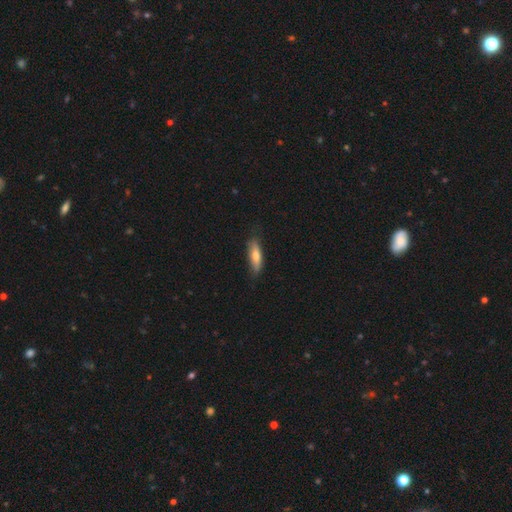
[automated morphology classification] The model was most divided on "how rounded": cigar-shaped: 53%, in between: 45%, round: 2%. More confident: merging — none (76%); smooth or featured — smooth (69%).